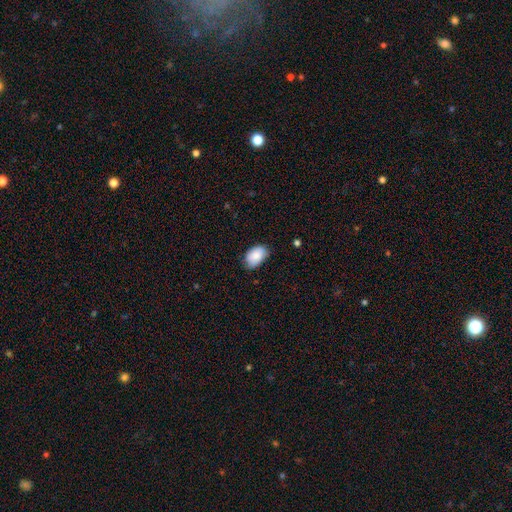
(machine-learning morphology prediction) Smooth or featured? Predicted: smooth (p=0.86). How rounded? Predicted: in between (p=0.90). Merging? Predicted: none (p=0.71).